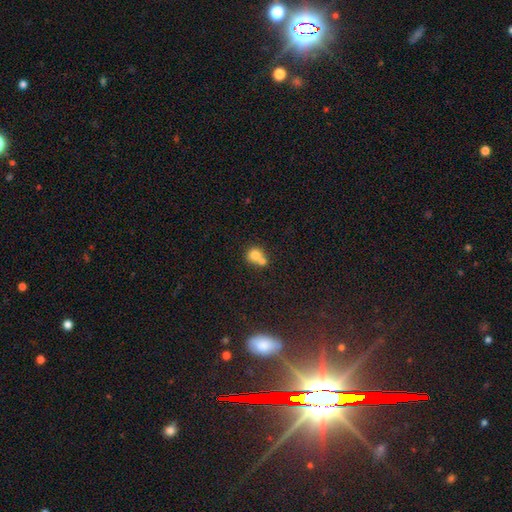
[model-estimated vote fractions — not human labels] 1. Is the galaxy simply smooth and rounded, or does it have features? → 76% smooth, 14% featured or disk, 11% star or artifact.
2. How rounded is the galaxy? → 83% round, 16% in between, 1% cigar-shaped.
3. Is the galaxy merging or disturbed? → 55% merger, 35% none, 7% minor disturbance, 3% major disturbance.